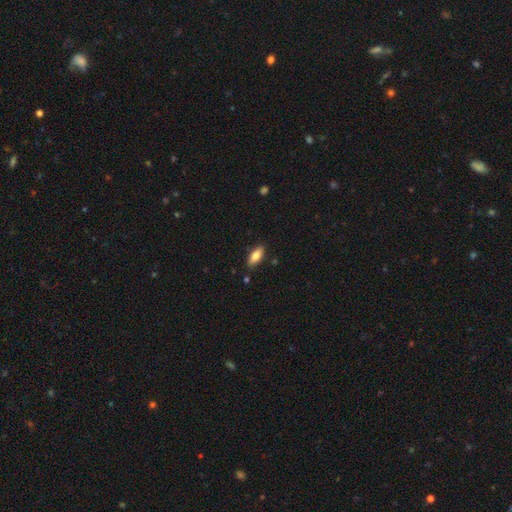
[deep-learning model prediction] Smooth or featured? Predicted: smooth (p=0.83). How rounded? Predicted: in between (p=0.81). Merging? Predicted: none (p=0.85).